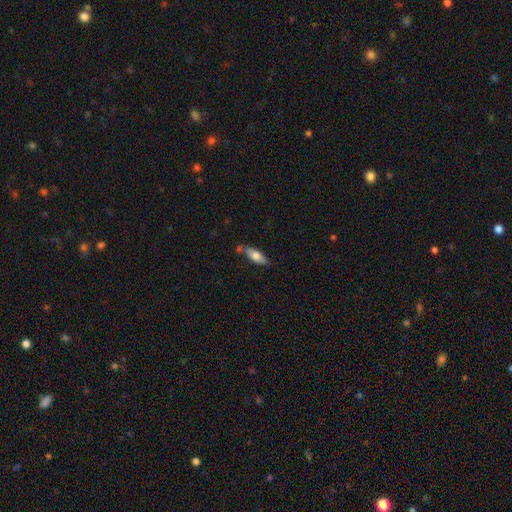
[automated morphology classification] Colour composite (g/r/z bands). It shows a smooth galaxy with no disk features (74%) that is in between round and cigar-shaped (72%). Merging: none (63%).